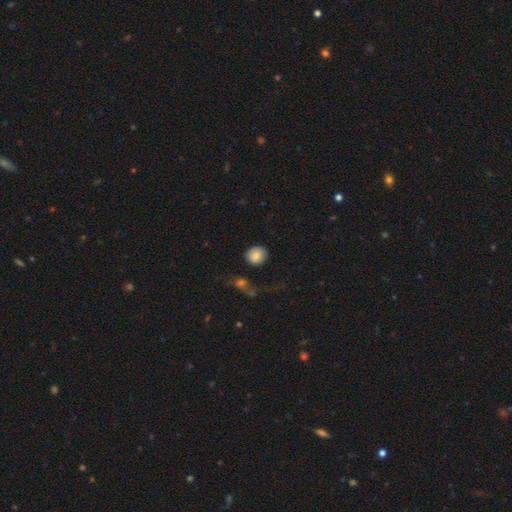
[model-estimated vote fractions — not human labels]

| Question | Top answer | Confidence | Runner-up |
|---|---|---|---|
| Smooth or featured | smooth | 84% | star or artifact (8%) |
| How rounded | round | 85% | in between (14%) |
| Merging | none | 81% | minor disturbance (10%) |